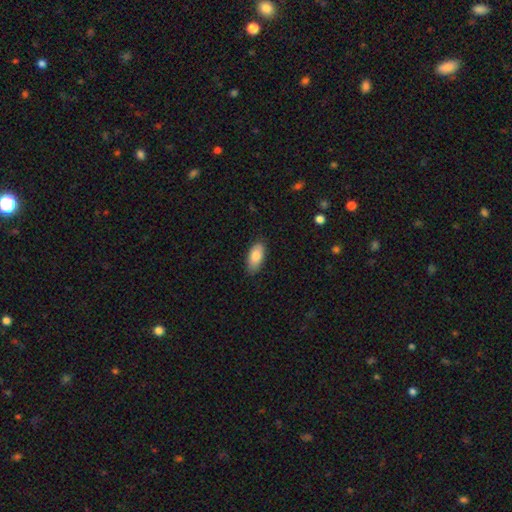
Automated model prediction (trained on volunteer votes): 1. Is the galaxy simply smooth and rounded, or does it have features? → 84% smooth, 9% featured or disk, 6% star or artifact.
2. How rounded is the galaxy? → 90% in between, 8% cigar-shaped, 2% round.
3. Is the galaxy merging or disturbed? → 85% none, 12% minor disturbance, 2% major disturbance, 1% merger.